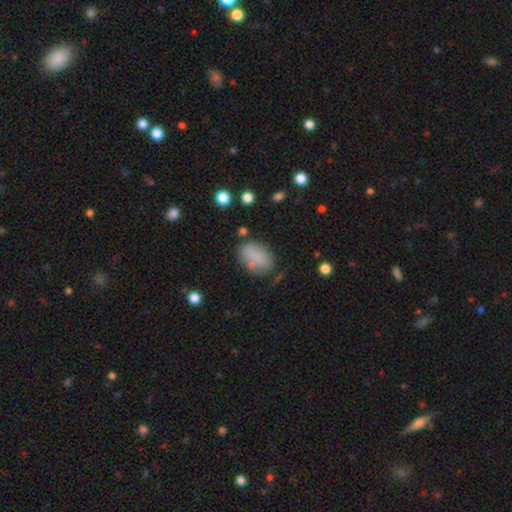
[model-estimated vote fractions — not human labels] Overall: smooth (80%). How rounded: in between (85%). Merging: none (61%; minor disturbance 22%).